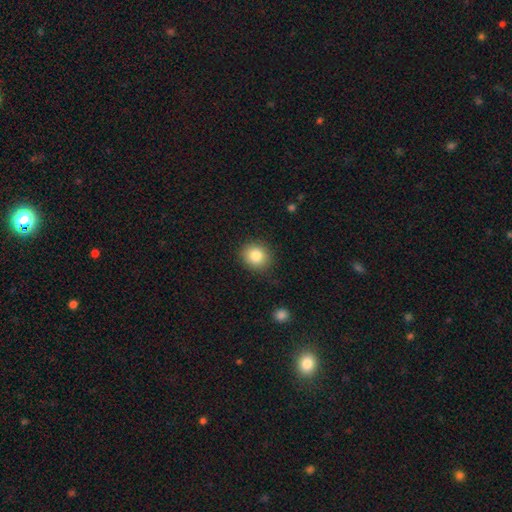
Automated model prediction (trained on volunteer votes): smooth-or-featured: smooth: 84% | star or artifact: 9% | featured or disk: 7%
  how-rounded: round: 79% | in between: 20% | cigar-shaped: 1%
  merging: none: 86% | minor disturbance: 10% | major disturbance: 3% | merger: 1%